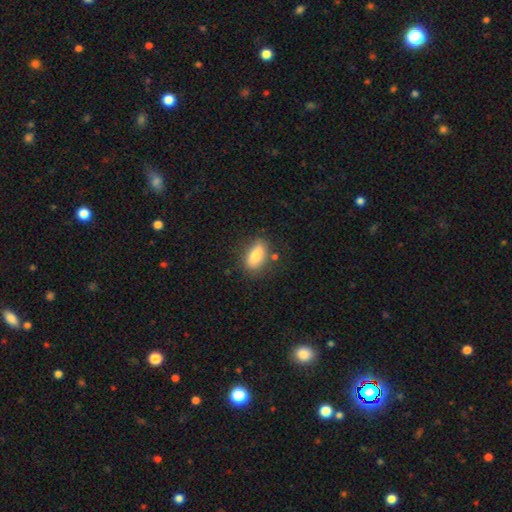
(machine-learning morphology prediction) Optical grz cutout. It shows a smooth galaxy with no disk features (80%) that is in between round and cigar-shaped (80%). Merging: none (73%).